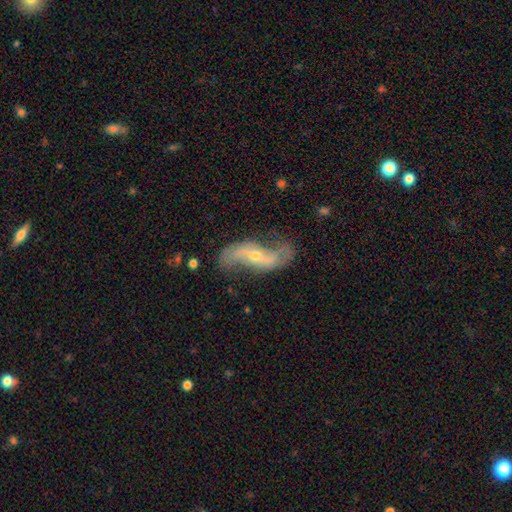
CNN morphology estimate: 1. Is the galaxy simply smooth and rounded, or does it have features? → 83% featured or disk, 11% smooth, 6% star or artifact.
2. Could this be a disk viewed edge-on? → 91% no, 9% yes.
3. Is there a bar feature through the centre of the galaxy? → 38% no, 33% weak, 29% strong.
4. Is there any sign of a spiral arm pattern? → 92% yes, 8% no.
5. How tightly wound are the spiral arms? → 75% loose, 18% medium, 7% tight.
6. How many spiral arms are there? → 92% 2, 4% can't tell, 2% 1, 1% 3, 1% 4, 1% more than 4.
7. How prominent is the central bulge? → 57% small, 39% moderate, 2% large, 1% none, 1% dominant.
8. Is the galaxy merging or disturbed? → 66% none, 20% minor disturbance, 11% major disturbance, 3% merger.